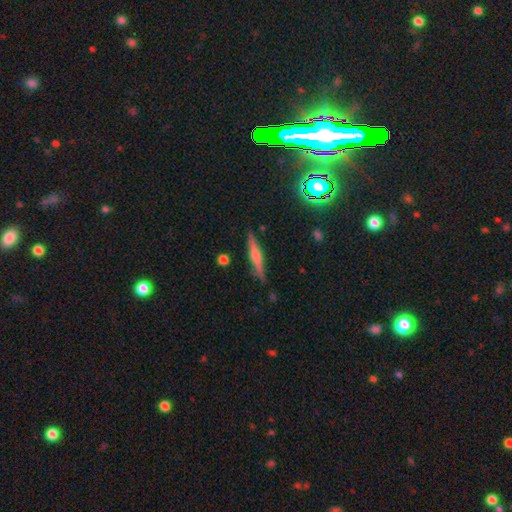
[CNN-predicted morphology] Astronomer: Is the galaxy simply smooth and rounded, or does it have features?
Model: featured or disk — 51% (runner-up: smooth, 41%).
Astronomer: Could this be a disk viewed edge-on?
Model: yes — 96%.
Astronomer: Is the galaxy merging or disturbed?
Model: none — 87%.